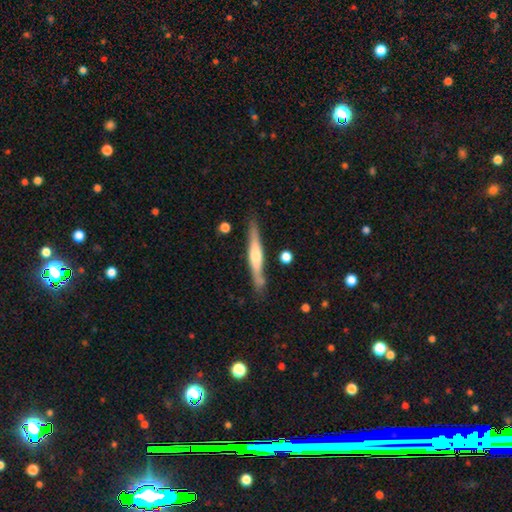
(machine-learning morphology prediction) This is likely a featured or disk galaxy (62%). It is clearly viewed edge-on (95%). Edge-on bulge: likely rounded (76%). Merging: clearly none (81%).